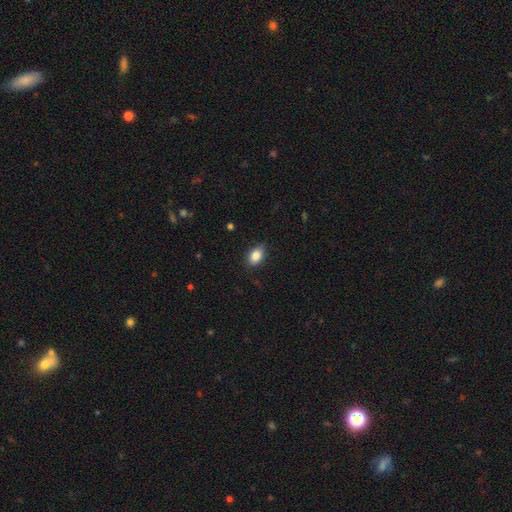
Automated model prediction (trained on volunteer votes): The model was most divided on "merging": none: 81%, minor disturbance: 15%, major disturbance: 3%, merger: 1%. More confident: smooth or featured — smooth (86%); how rounded — in between (84%).